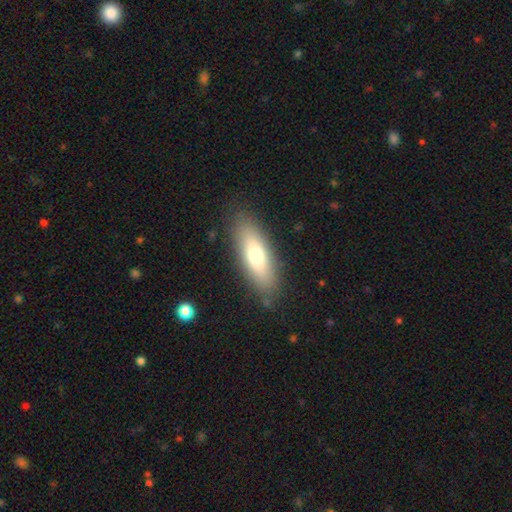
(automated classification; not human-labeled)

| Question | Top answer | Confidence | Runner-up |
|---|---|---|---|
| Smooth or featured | smooth | 68% | featured or disk (25%) |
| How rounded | in between | 59% | cigar-shaped (38%) |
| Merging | none | 85% | minor disturbance (10%) |